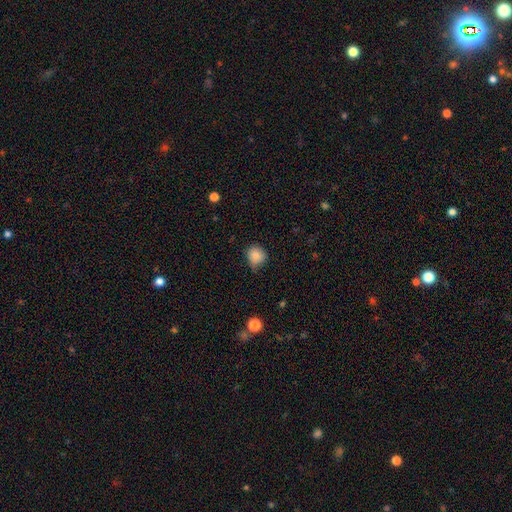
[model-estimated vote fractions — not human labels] Q: Smooth or featured?
A: smooth (84%); runner-up: star or artifact (10%)
Q: How rounded?
A: round (82%); runner-up: in between (17%)
Q: Merging?
A: none (65%); runner-up: minor disturbance (29%)